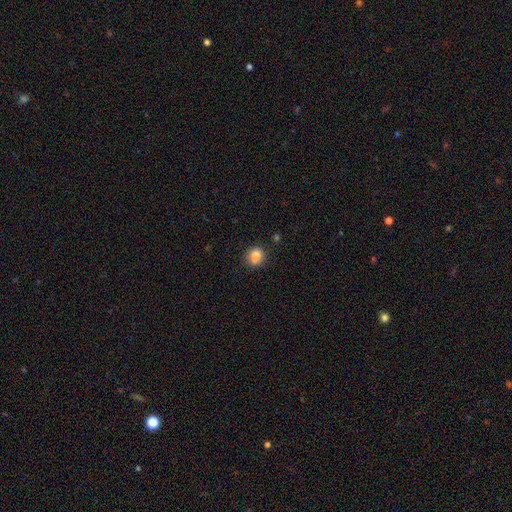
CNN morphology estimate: smooth_or_featured: smooth (p=0.82) [alt: star or artifact p=0.10]
how_rounded: round (p=0.54) [alt: in between p=0.45]
merging: none (p=0.69) [alt: minor disturbance p=0.20]